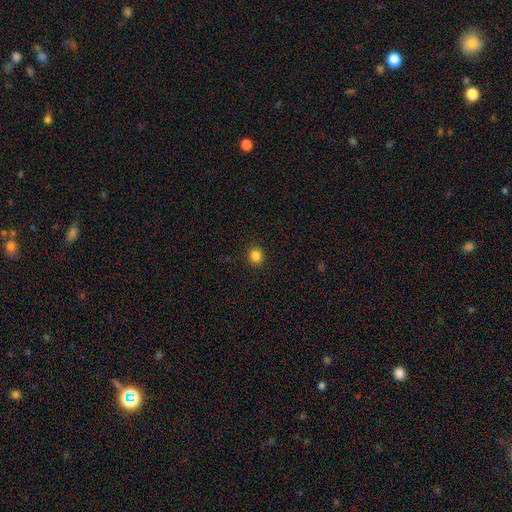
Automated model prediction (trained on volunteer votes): A smooth galaxy with no disk features (84%) that is round (88%).

Vote fractions:
- Smooth or featured? smooth: 84% / star or artifact: 12% / featured or disk: 4%
- How rounded? round: 88% / in between: 11% / cigar-shaped: 1%
- Merging? none: 92% / minor disturbance: 5% / major disturbance: 2% / merger: 1%